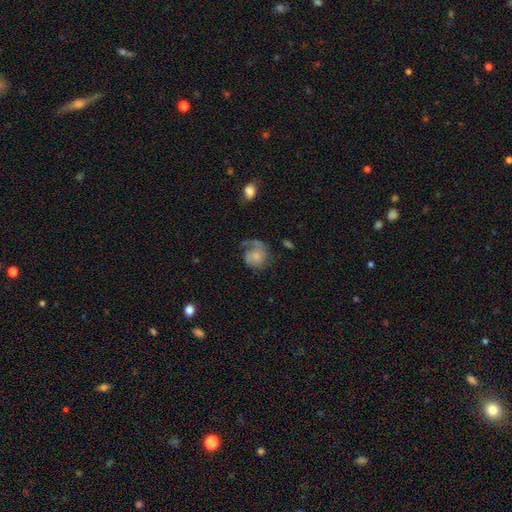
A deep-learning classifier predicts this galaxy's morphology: The model was most divided on "smooth or featured" (2-way tie): featured or disk: 46%, smooth: 46%, star or artifact: 8%. Remaining: merging — none (38%).